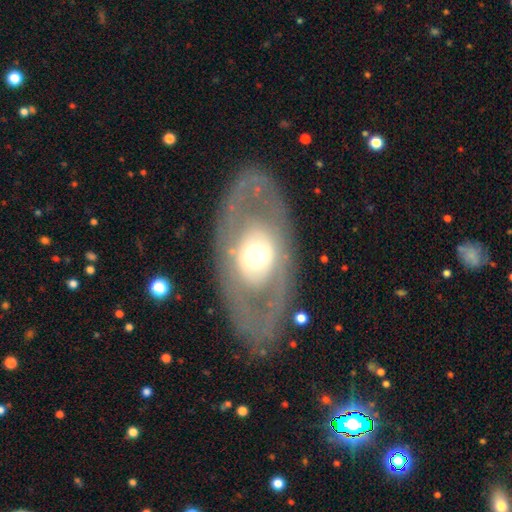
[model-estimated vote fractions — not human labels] Morphology: type=featured or disk (65%); edge-on=no (88%); bar=no (82%); spiral arms=no (80%); bulge=moderate (53%); merging=none (77%).